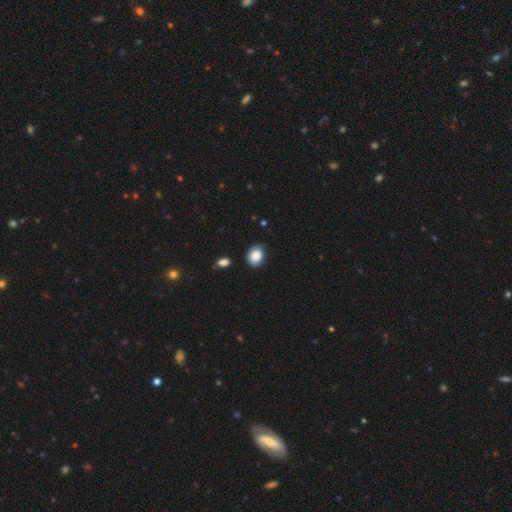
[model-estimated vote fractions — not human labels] Smooth or featured? Predicted: smooth (p=0.86). How rounded? Predicted: in between (p=0.53). Merging? Predicted: none (p=0.82).